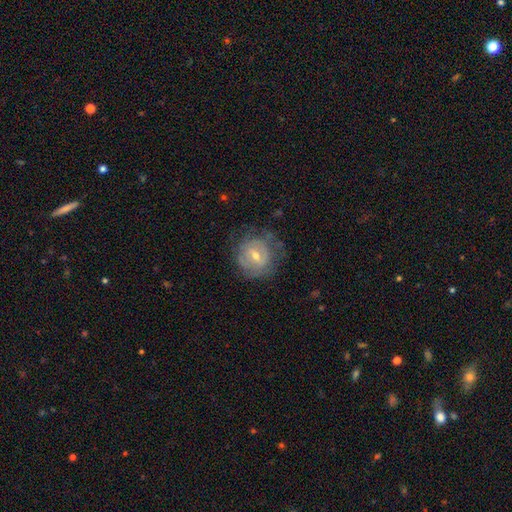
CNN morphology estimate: Smooth or featured? featured or disk (63%)
Edge-on disk? no (96%)
Bar? weak (49%)
Spiral arms? yes (60%)
Bulge size? moderate (51%)
Merging? none (68%)